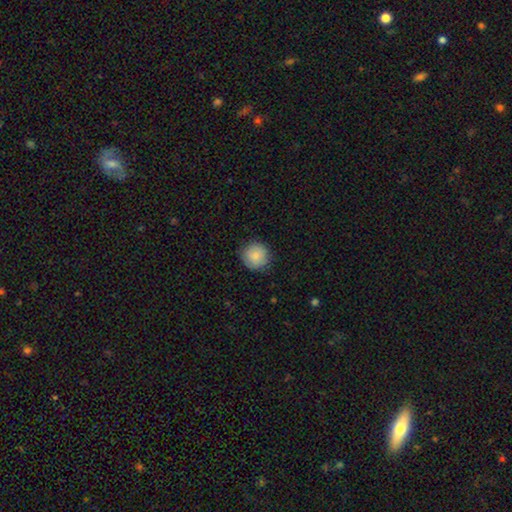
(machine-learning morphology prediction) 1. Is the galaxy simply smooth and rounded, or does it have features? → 85% smooth, 8% featured or disk, 7% star or artifact.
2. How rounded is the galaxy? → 94% round, 5% in between, 1% cigar-shaped.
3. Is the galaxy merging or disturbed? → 86% none, 11% minor disturbance, 2% major disturbance, 1% merger.